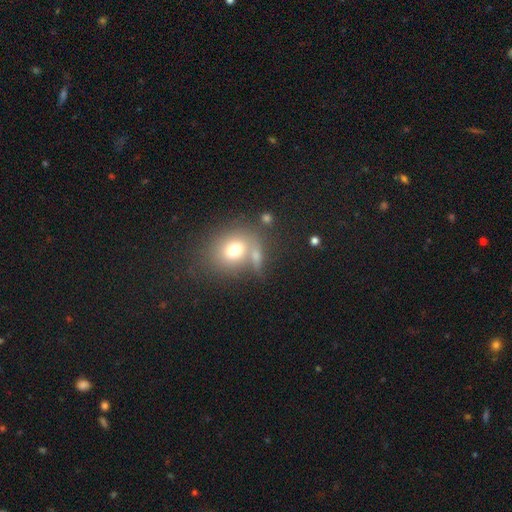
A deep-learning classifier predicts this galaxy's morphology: Q: Smooth or featured?
A: smooth (67%); runner-up: featured or disk (18%)
Q: How rounded?
A: round (49%); runner-up: in between (48%)
Q: Merging?
A: none (50%); runner-up: merger (31%)